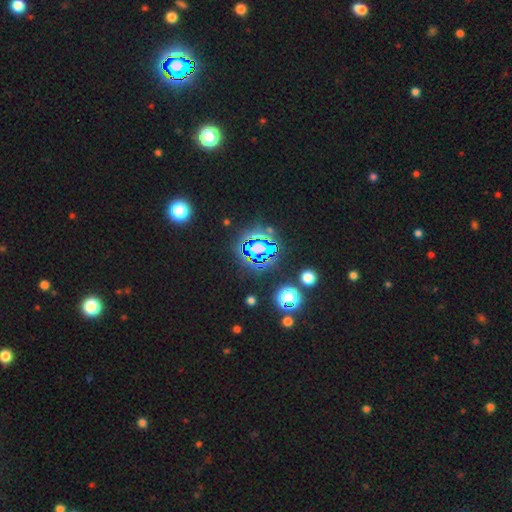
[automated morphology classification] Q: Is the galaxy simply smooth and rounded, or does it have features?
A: star or artifact — 82%.